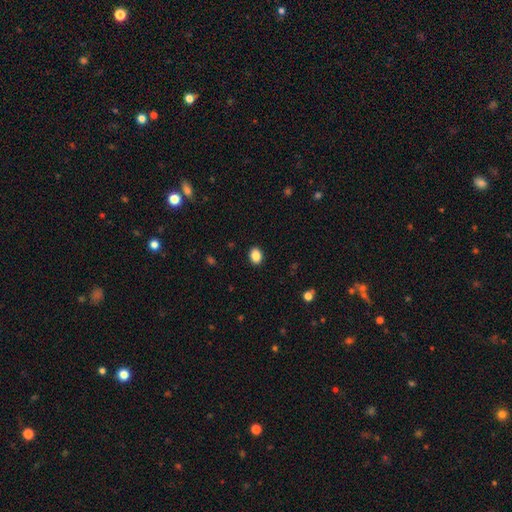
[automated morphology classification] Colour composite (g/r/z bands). It shows a smooth galaxy with no disk features (87%) that is in between round and cigar-shaped (62%). Merging: none (91%).